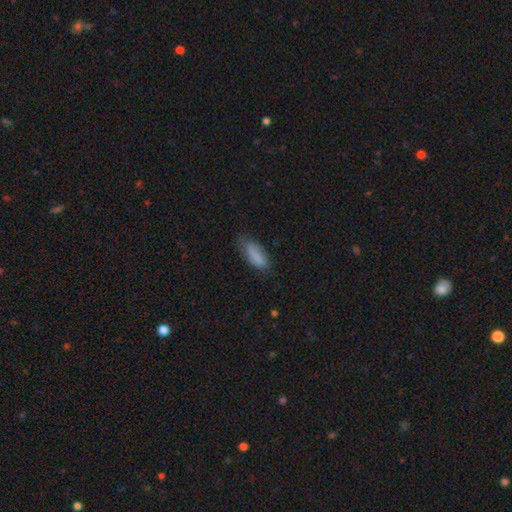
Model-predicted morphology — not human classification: This is clearly a smooth galaxy (83%). How rounded: likely in between (69%). Merging: likely none (63%).